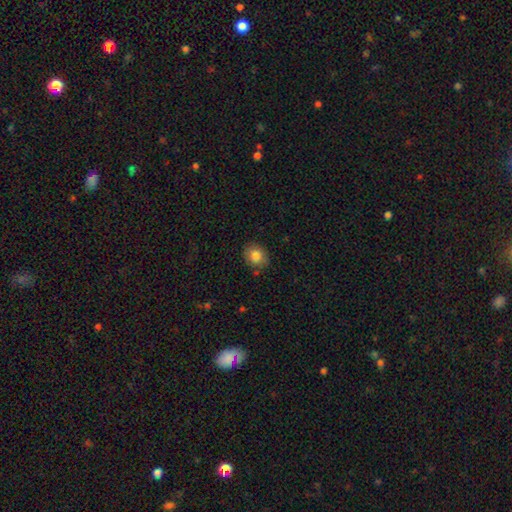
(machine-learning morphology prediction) Smooth or featured? Predicted: smooth (p=0.82). How rounded? Predicted: round (p=0.76). Merging? Predicted: none (p=0.82).